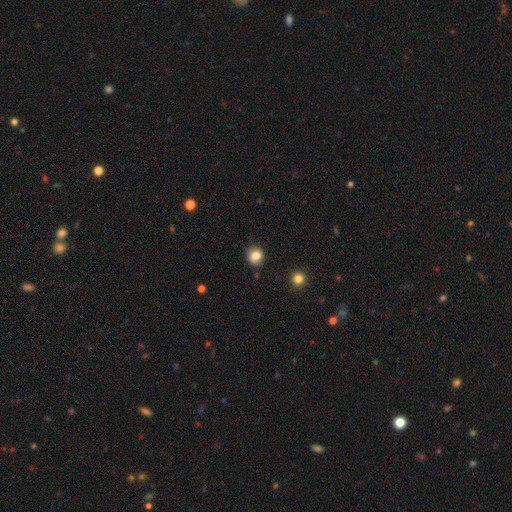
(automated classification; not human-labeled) Smooth or featured?
  - smooth: 82% *
  - star or artifact: 10%
  - featured or disk: 7%
How rounded?
  - round: 79% *
  - in between: 20%
  - cigar-shaped: 1%
Merging?
  - none: 83% *
  - minor disturbance: 12%
  - major disturbance: 3%
  - merger: 2%